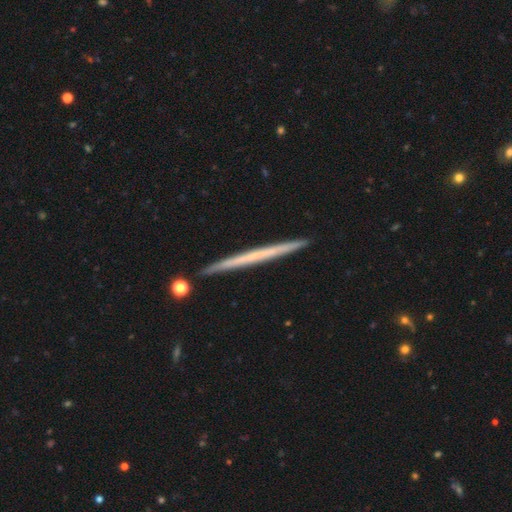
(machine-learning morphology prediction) A featured or disk galaxy (55%) viewed edge-on (98%) with no central bulge (93%). Merging: none (91%).